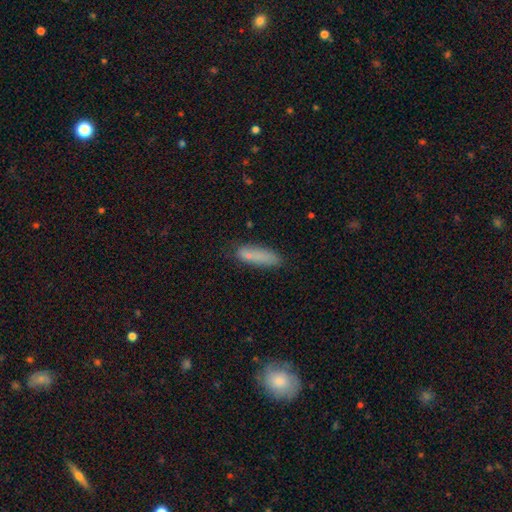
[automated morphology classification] smooth-or-featured: smooth: 79% | featured or disk: 13% | star or artifact: 9%
  how-rounded: cigar-shaped: 61% | in between: 37% | round: 2%
  merging: none: 72% | minor disturbance: 19% | major disturbance: 5% | merger: 4%